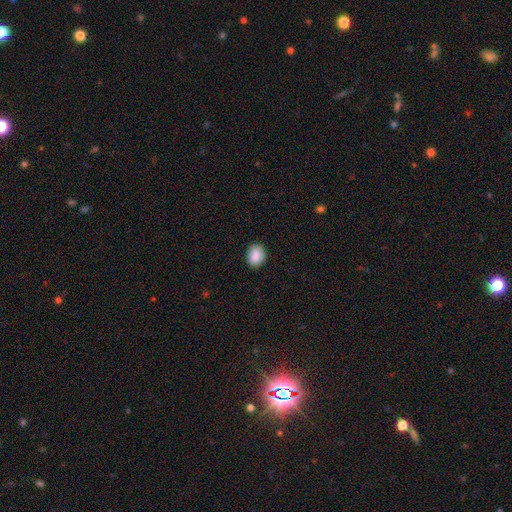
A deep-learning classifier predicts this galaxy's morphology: smooth-or-featured: smooth: 89% | star or artifact: 7% | featured or disk: 3%
  how-rounded: in between: 67% | round: 32% | cigar-shaped: 1%
  merging: none: 88% | minor disturbance: 9% | major disturbance: 2% | merger: 1%